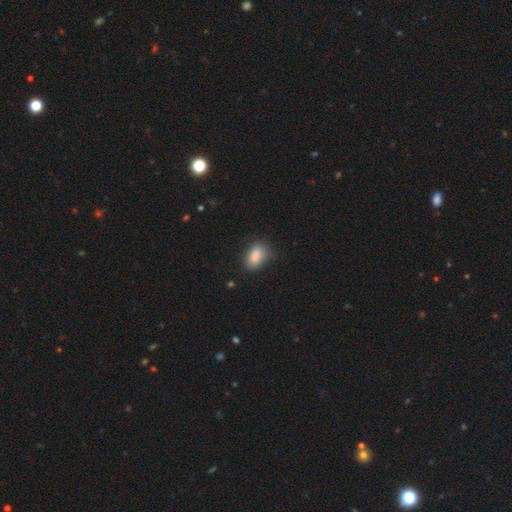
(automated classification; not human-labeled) smooth 85%, star or artifact 8%, featured or disk 7%. Down the decision tree: how rounded — in between (88%); merging — none (69%).